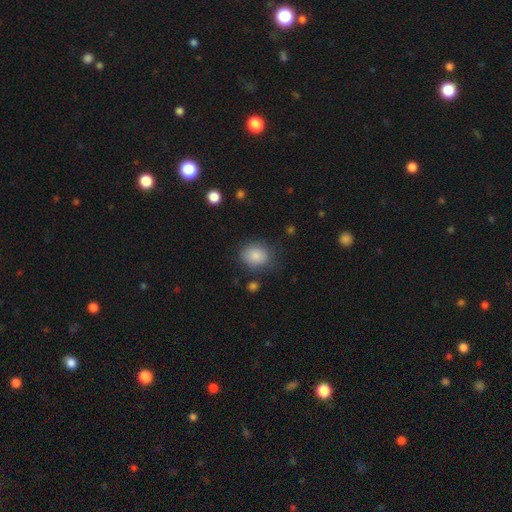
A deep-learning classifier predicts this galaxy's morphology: Smooth or featured? Predicted: smooth (p=0.85). How rounded? Predicted: round (p=0.50). Merging? Predicted: none (p=0.74).